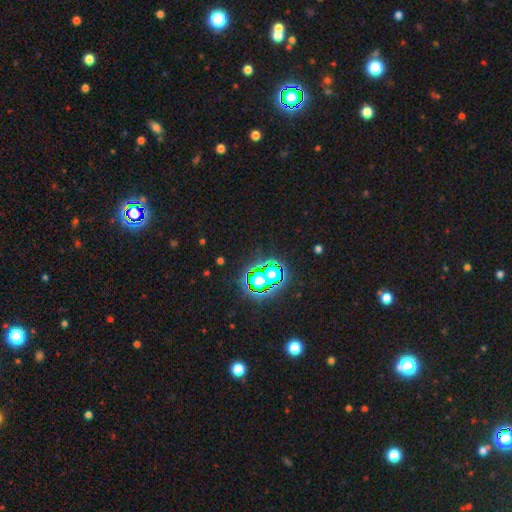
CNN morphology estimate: Smooth or featured: star or artifact — 78% (smooth — 15%)